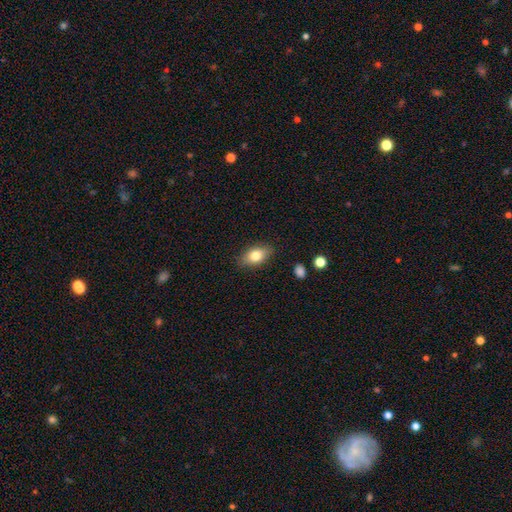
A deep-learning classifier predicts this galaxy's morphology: Smooth or featured? Predicted: smooth (p=0.79). How rounded? Predicted: in between (p=0.88). Merging? Predicted: none (p=0.85).